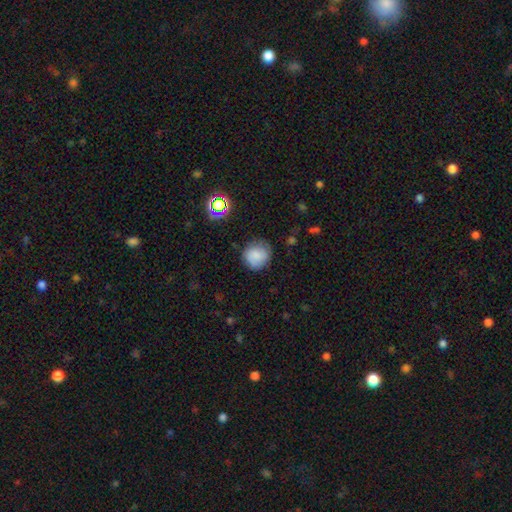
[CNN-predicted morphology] Smooth or featured? Predicted: smooth (p=0.79). How rounded? Predicted: round (p=0.87). Merging? Predicted: none (p=0.73).